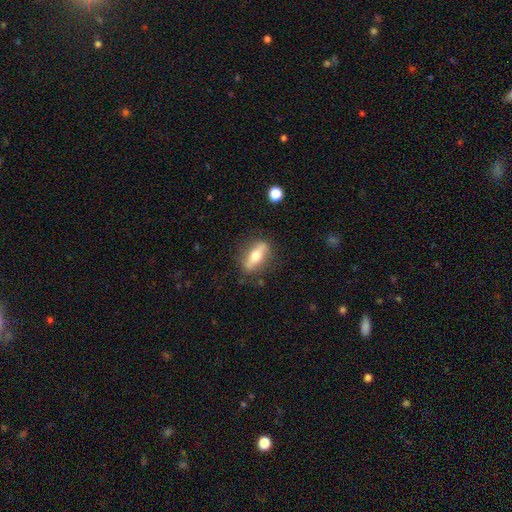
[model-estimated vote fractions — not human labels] A featured or disk galaxy (50%).

Vote fractions:
- Smooth or featured? featured or disk: 50% / smooth: 44% / star or artifact: 7%
- Merging? none: 82% / minor disturbance: 12% / major disturbance: 4% / merger: 2%